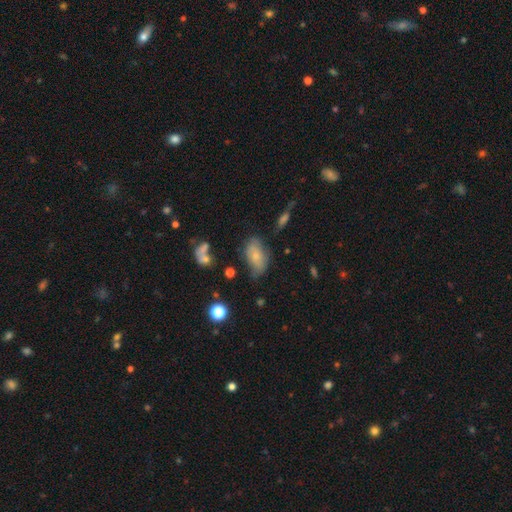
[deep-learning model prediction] Overall: smooth (69%). How rounded: in between (91%). Merging: none (53%; minor disturbance 30%).